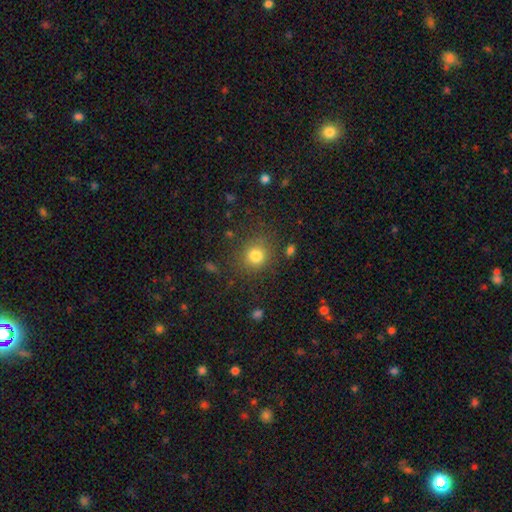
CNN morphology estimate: Overall: smooth (80%). How rounded: round (88%). Merging: none (83%).